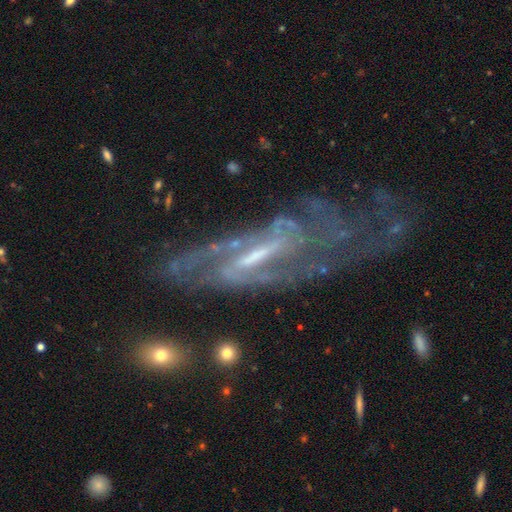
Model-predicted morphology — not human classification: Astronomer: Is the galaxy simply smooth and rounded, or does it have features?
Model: featured or disk — 86%.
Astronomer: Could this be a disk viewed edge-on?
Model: no — 82%.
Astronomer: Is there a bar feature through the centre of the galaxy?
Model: strong — 59%.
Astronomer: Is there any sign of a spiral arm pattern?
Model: yes — 90%.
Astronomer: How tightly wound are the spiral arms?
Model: medium — 44% (runner-up: tight, 32%).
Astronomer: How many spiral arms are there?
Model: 2 — 62%.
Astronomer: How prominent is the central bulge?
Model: small — 40% (runner-up: moderate, 36%).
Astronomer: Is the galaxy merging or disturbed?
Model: none — 51%.